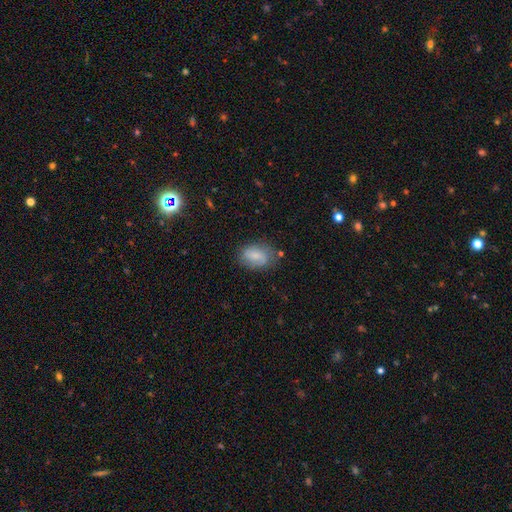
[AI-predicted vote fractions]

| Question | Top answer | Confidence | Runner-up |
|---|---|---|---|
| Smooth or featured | smooth | 72% | featured or disk (20%) |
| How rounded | in between | 84% | round (14%) |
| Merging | none | 69% | minor disturbance (22%) |